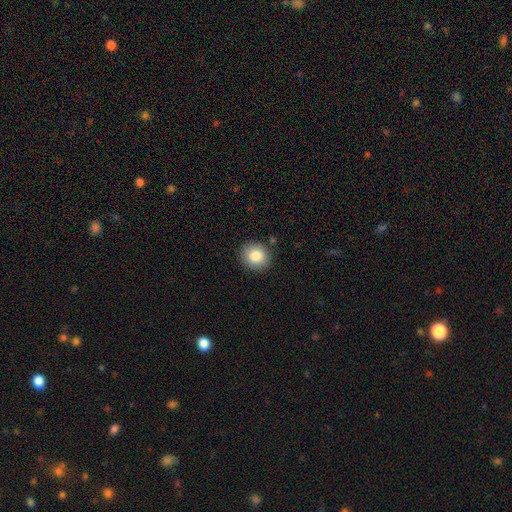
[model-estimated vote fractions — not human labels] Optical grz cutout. It shows a smooth galaxy with no disk features (85%) that is round (80%). Merging: none (88%).